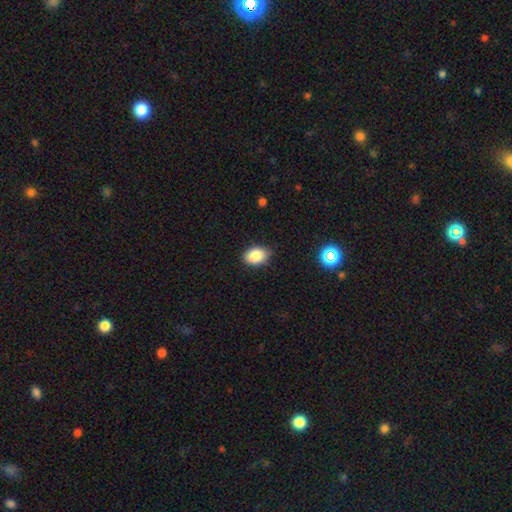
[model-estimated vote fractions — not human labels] Smooth or featured? smooth (84%)
How rounded? in between (79%)
Merging? none (82%)